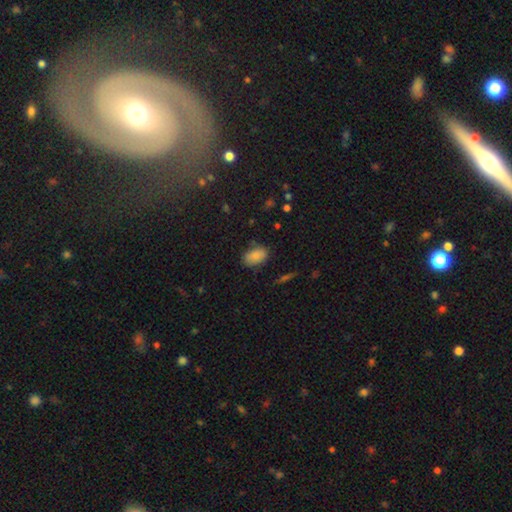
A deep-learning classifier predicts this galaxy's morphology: This is clearly a smooth galaxy (86%). How rounded: clearly in between (90%). Merging: likely none (78%).